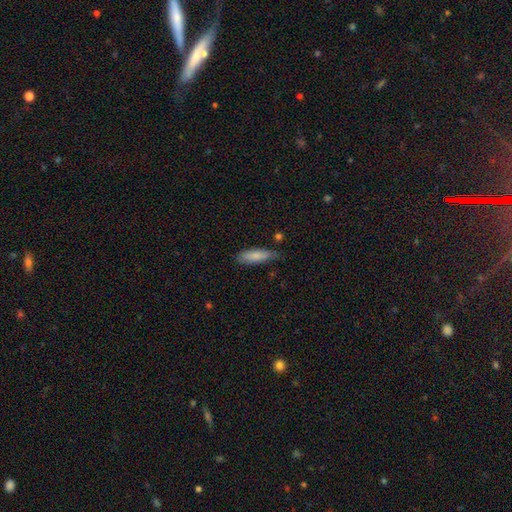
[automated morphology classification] type=smooth (82%); roundness=in between (50%); merging=none (67%).